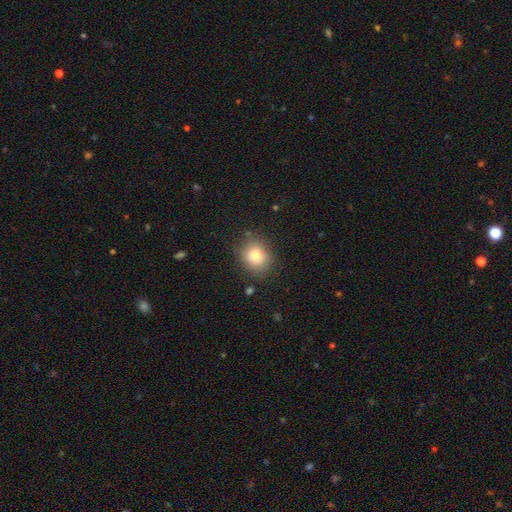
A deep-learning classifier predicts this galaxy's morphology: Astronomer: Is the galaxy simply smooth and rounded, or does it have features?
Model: smooth — 78%.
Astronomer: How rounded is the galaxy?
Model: round — 72%.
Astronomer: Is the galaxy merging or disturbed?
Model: none — 83%.